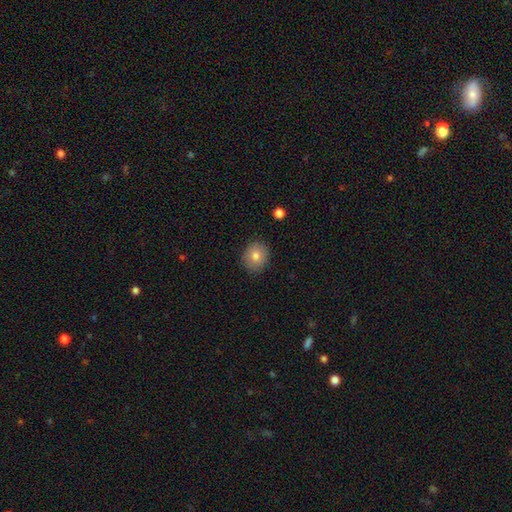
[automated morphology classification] A smooth galaxy with no disk features (79%) that is round (75%). Merging: none (86%).